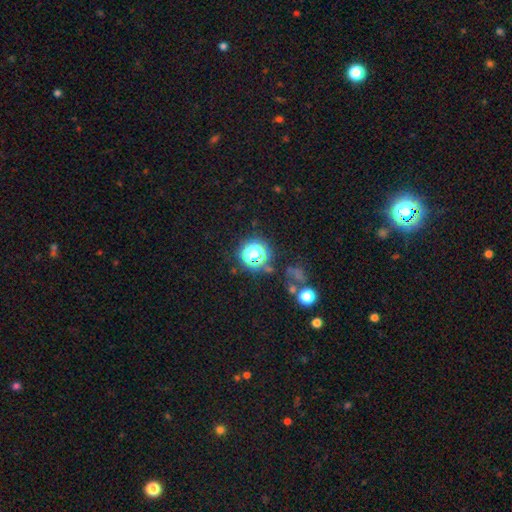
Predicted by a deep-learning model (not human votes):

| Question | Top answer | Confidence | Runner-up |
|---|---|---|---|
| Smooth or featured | star or artifact | 53% | smooth (37%) |